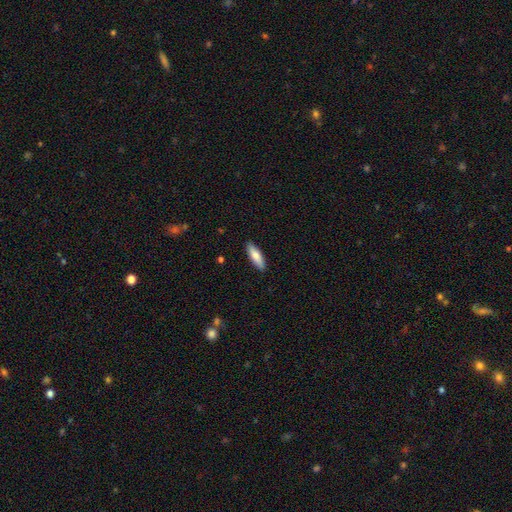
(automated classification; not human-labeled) smooth 77%, featured or disk 18%, star or artifact 6%. Down the decision tree: how rounded — cigar-shaped (55%); merging — none (90%).